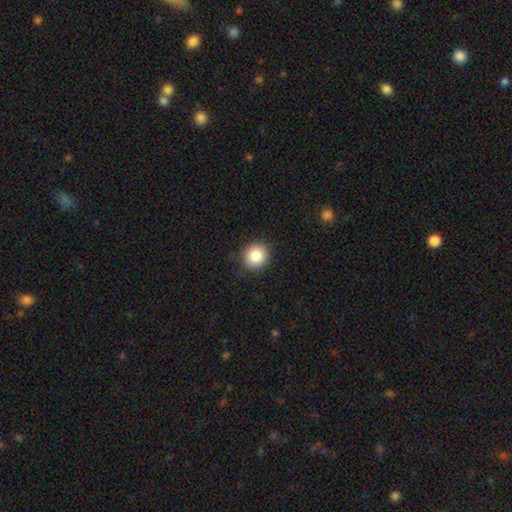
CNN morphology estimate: Smooth or featured?
  - smooth: 86% *
  - star or artifact: 9%
  - featured or disk: 5%
How rounded?
  - round: 86% *
  - in between: 14%
  - cigar-shaped: 1%
Merging?
  - none: 89% *
  - minor disturbance: 8%
  - major disturbance: 2%
  - merger: 1%